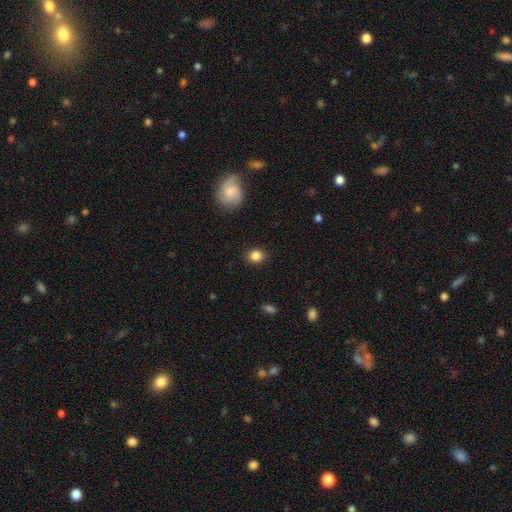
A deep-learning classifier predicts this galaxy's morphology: Smooth or featured? Predicted: smooth (p=0.86). How rounded? Predicted: round (p=0.76). Merging? Predicted: none (p=0.88).